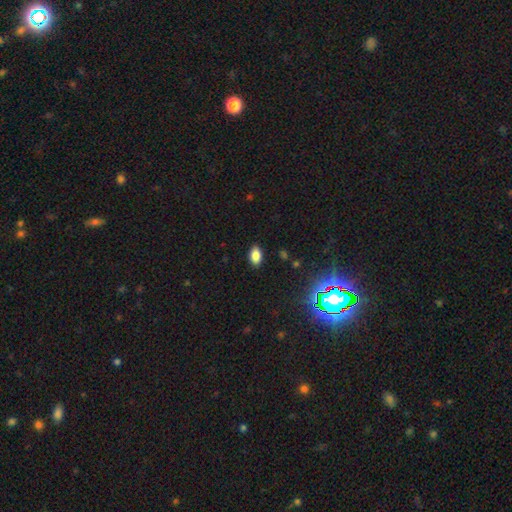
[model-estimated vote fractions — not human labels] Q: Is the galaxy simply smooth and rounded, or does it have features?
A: smooth — 82%.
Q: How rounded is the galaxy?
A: in between — 90%.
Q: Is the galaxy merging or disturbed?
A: none — 88%.